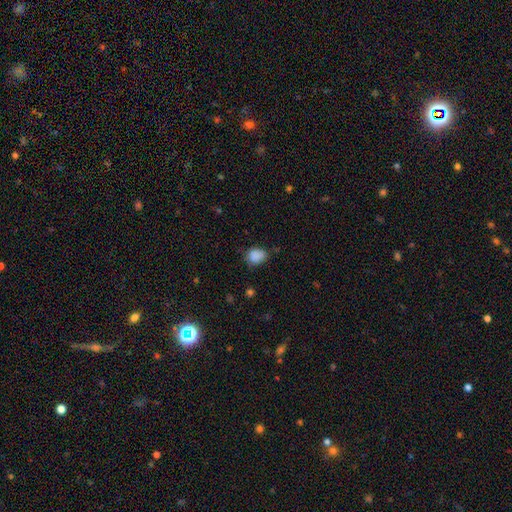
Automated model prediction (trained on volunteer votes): smooth_or_featured: smooth (p=0.85) [alt: star or artifact p=0.10]
how_rounded: in between (p=0.56) [alt: round p=0.43]
merging: none (p=0.64) [alt: minor disturbance p=0.27]